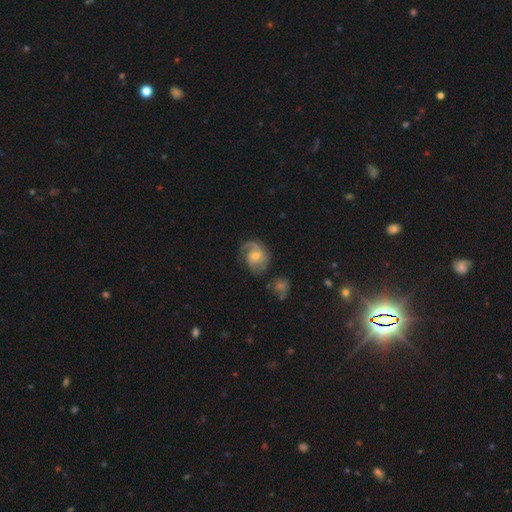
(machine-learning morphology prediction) smooth-or-featured: featured or disk: 78% | smooth: 16% | star or artifact: 6%
  disk-edge-on: no: 98% | yes: 2%
    bar: no: 48% | weak: 45% | strong: 8%
    has-spiral-arms: yes: 95% | no: 5%
      spiral-winding: medium: 47% | tight: 34% | loose: 19%
      spiral-arm-count: 2: 49% | 1: 25% | can't tell: 11% | 3: 11% | 4: 2% | more than 4: 2%
    bulge-size: small: 48% | moderate: 43% | none: 5% | large: 3% | dominant: 1%
  merging: none: 63% | minor disturbance: 20% | major disturbance: 13% | merger: 4%